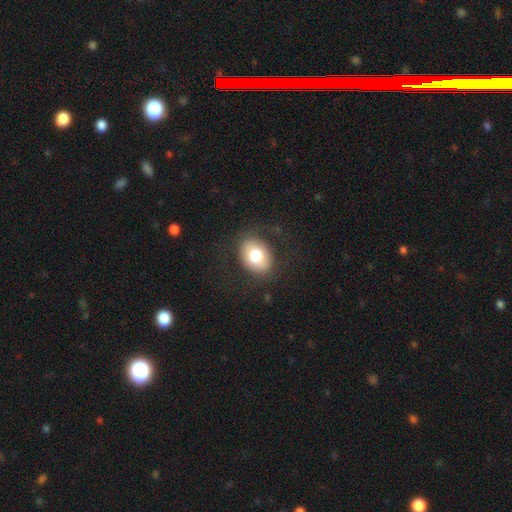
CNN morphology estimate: This is likely a smooth galaxy (75%). How rounded: likely in between (61%). Merging: clearly none (81%).